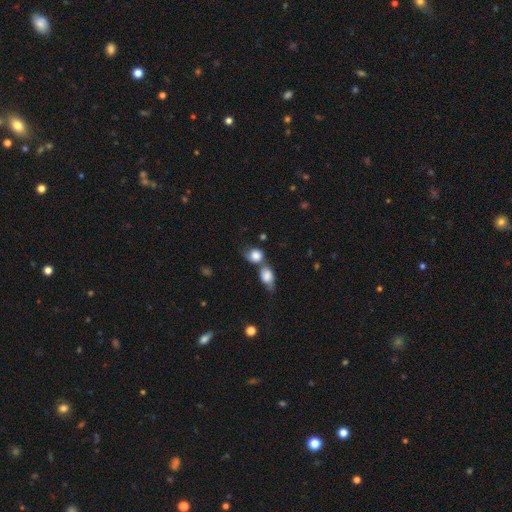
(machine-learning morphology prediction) Q: Smooth or featured?
A: smooth (81%); runner-up: featured or disk (11%)
Q: How rounded?
A: round (66%); runner-up: in between (32%)
Q: Merging?
A: merger (55%); runner-up: none (26%)